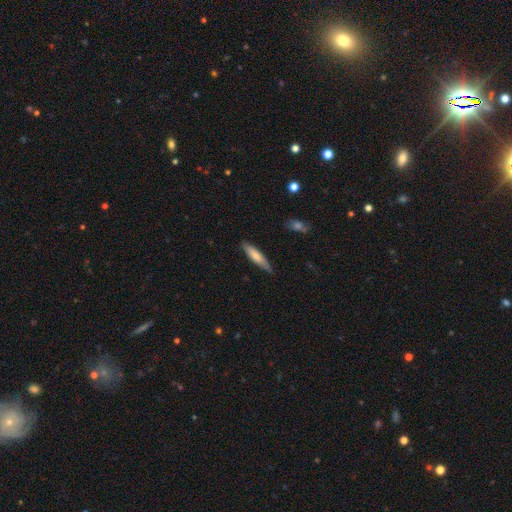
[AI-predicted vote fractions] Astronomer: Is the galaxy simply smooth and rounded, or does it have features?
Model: smooth — 74%.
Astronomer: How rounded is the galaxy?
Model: cigar-shaped — 76%.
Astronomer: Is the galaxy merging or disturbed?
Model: none — 81%.